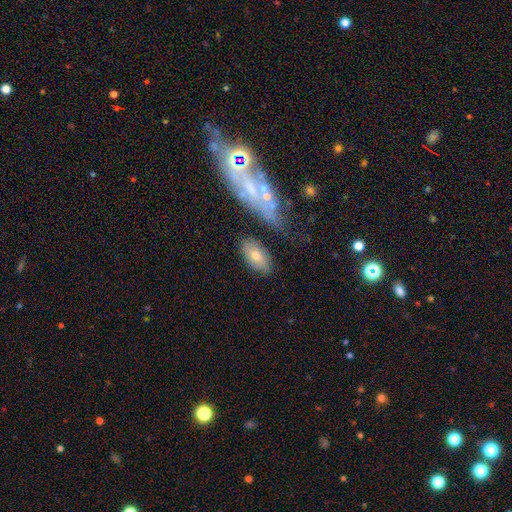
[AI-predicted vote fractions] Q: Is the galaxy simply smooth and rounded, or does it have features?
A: smooth — 69%.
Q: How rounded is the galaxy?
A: in between — 91%.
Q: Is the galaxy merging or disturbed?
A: none — 71%.